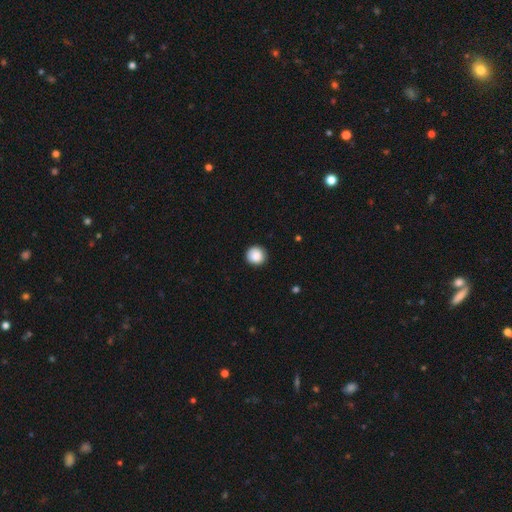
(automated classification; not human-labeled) Smooth or featured? Predicted: smooth (p=0.88). How rounded? Predicted: round (p=0.93). Merging? Predicted: none (p=0.89).